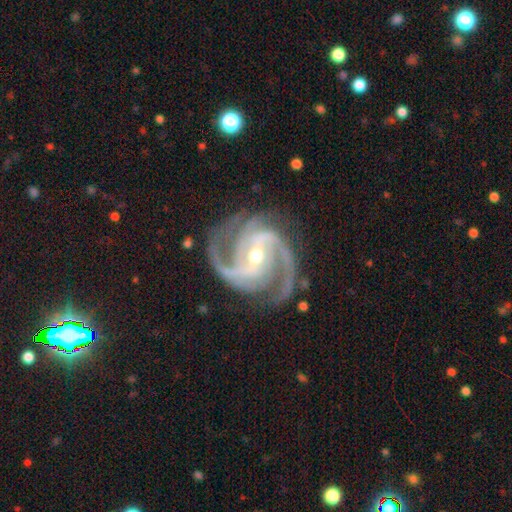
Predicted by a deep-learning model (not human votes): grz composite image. It shows a featured or disk galaxy (94%) with a strong bar (40%), 3 (47%) medium (56%) spiral arms (99%) and a small central bulge (51%). Merging: none (78%).